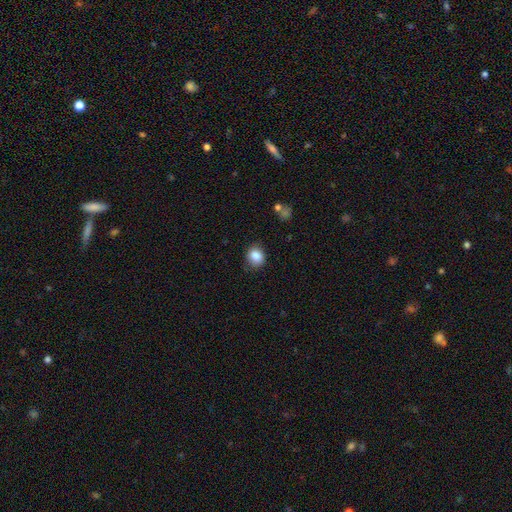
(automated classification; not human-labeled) smooth_or_featured: smooth (p=0.86) [alt: star or artifact p=0.09]
how_rounded: round (p=0.65) [alt: in between p=0.34]
merging: none (p=0.79) [alt: minor disturbance p=0.16]